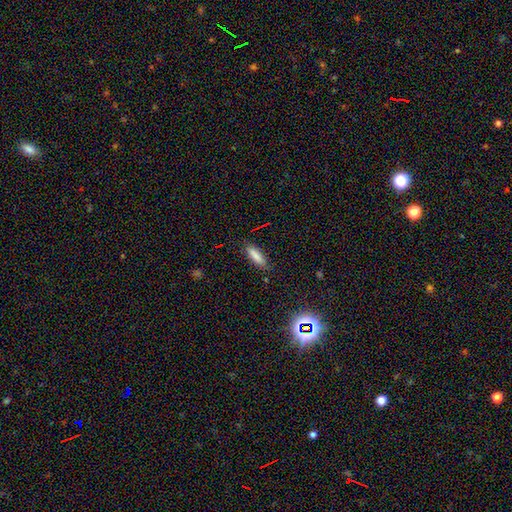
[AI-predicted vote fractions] This appears to be a smooth galaxy with no disk features (81%) that is cigar-shaped (52%). Merging: none (83%).